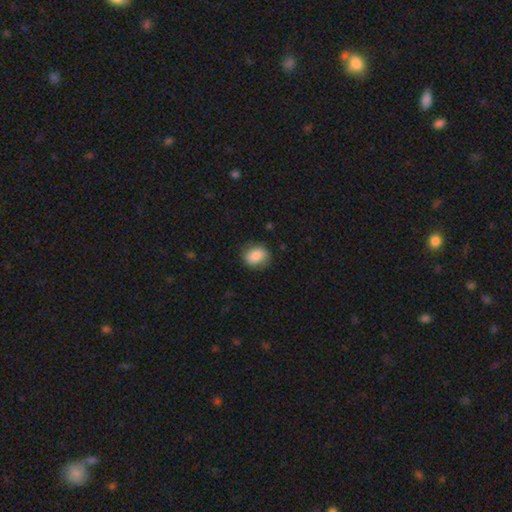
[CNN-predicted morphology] A smooth galaxy with no disk features (84%) that is round (51%).

Vote fractions:
- Smooth or featured? smooth: 84% / featured or disk: 9% / star or artifact: 7%
- How rounded? round: 51% / in between: 48% / cigar-shaped: 1%
- Merging? none: 78% / minor disturbance: 16% / major disturbance: 4% / merger: 1%